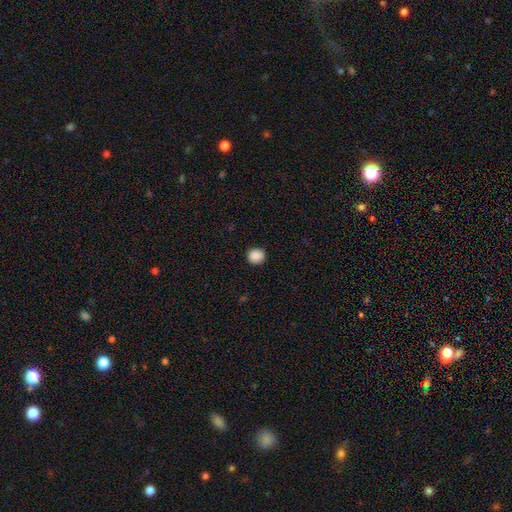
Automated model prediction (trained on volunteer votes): A smooth galaxy with no disk features (89%) that is round (86%). Merging: none (90%).